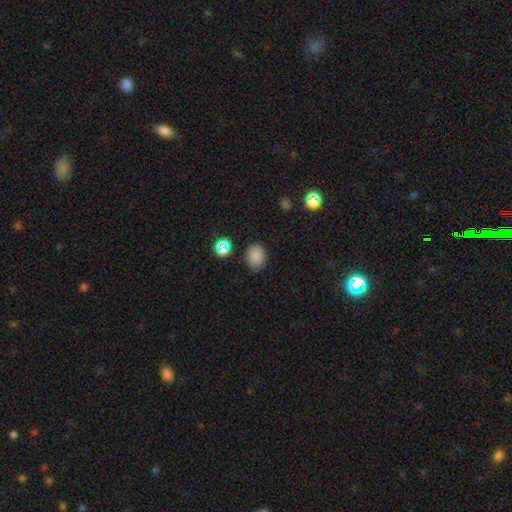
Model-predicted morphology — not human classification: Smooth or featured? smooth (82%)
How rounded? in between (57%)
Merging? none (78%)